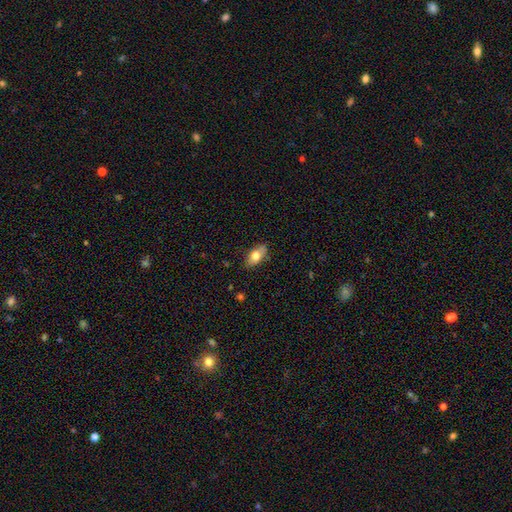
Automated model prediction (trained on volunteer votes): Overall: smooth (70%). How rounded: in between (87%). Merging: none (77%).